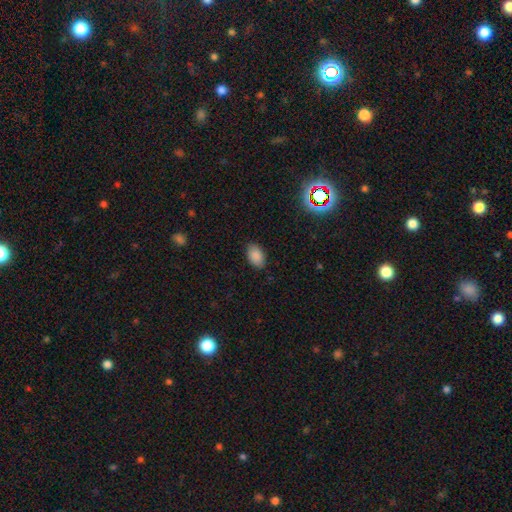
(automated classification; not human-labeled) Q: Smooth or featured?
A: smooth (86%); runner-up: star or artifact (10%)
Q: How rounded?
A: in between (90%); runner-up: round (9%)
Q: Merging?
A: none (85%); runner-up: minor disturbance (12%)